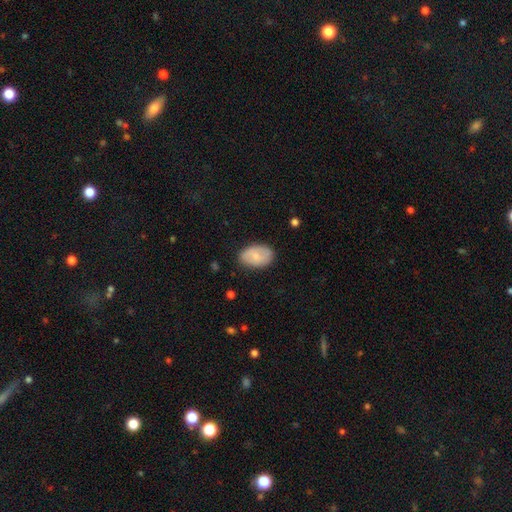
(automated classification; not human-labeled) Smooth or featured? Predicted: smooth (p=0.72). How rounded? Predicted: in between (p=0.90). Merging? Predicted: none (p=0.80).